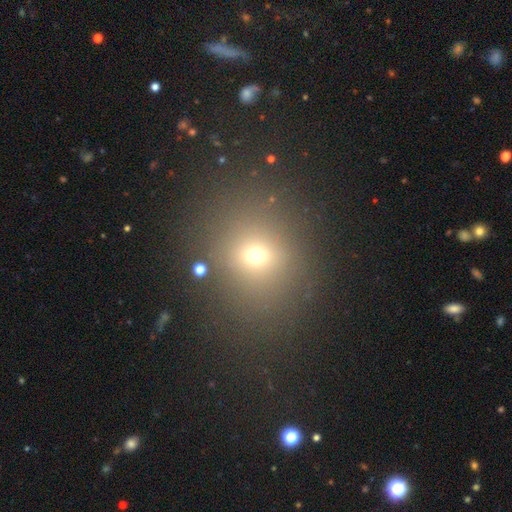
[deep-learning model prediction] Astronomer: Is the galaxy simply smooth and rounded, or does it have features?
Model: smooth — 63%.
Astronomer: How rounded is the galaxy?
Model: round — 71%.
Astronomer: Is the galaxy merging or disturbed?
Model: none — 83%.